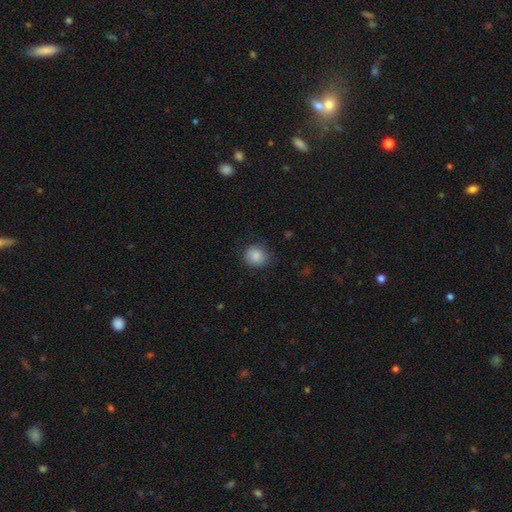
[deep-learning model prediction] Q: Smooth or featured?
A: smooth (86%); runner-up: star or artifact (8%)
Q: How rounded?
A: round (81%); runner-up: in between (18%)
Q: Merging?
A: none (79%); runner-up: minor disturbance (16%)